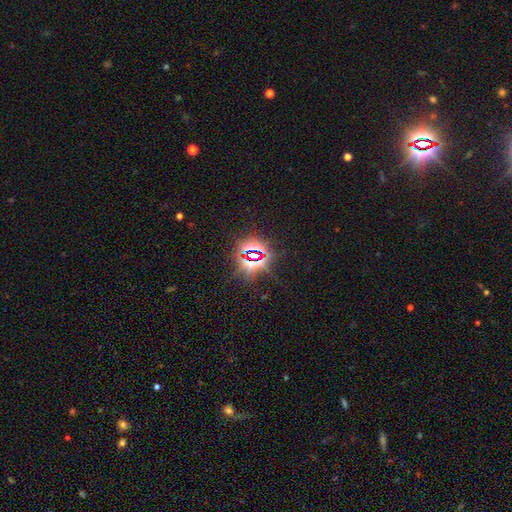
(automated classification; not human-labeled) smooth_or_featured: star or artifact (p=0.81) [alt: smooth p=0.11]